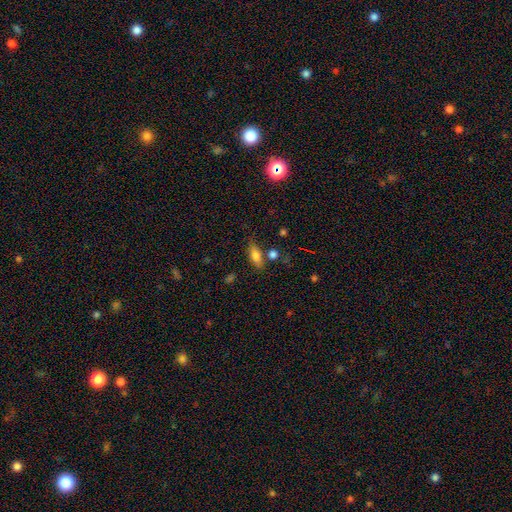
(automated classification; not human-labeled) Smooth or featured: smooth — 78% (featured or disk — 13%)
How rounded: in between — 77% (cigar-shaped — 18%)
Merging: none — 68% (minor disturbance — 17%)